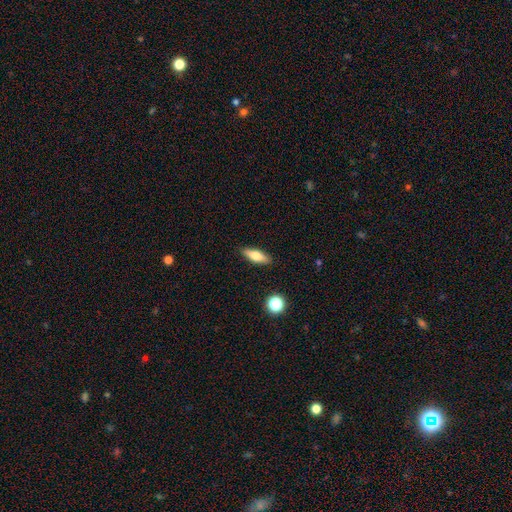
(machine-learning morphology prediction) The model was most divided on "how rounded": in between: 56%, cigar-shaped: 41%, round: 3%. More confident: merging — none (88%); smooth or featured — smooth (67%).